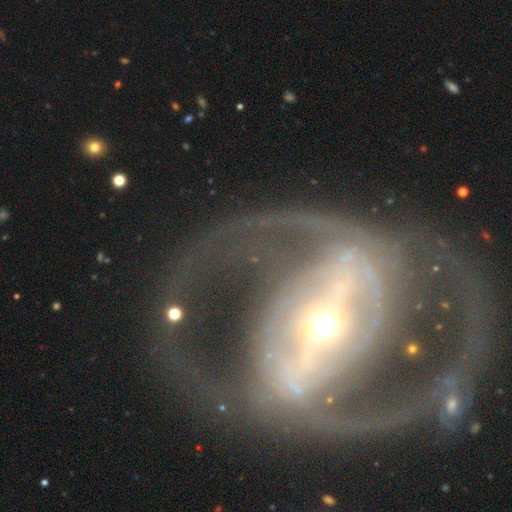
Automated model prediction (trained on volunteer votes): Morphology: type=featured or disk (89%); edge-on=no (95%); bar=strong (71%); spiral arms=yes (82%); winding=medium (48%); arm count=2 (83%); bulge=moderate (48%); merging=none (66%).